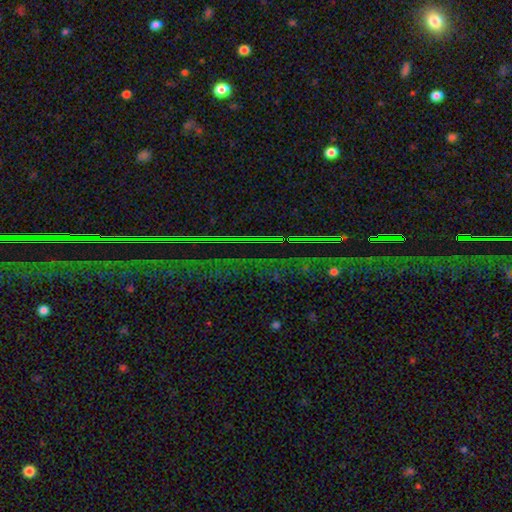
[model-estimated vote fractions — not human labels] A star or artifact, not a galaxy (80%).